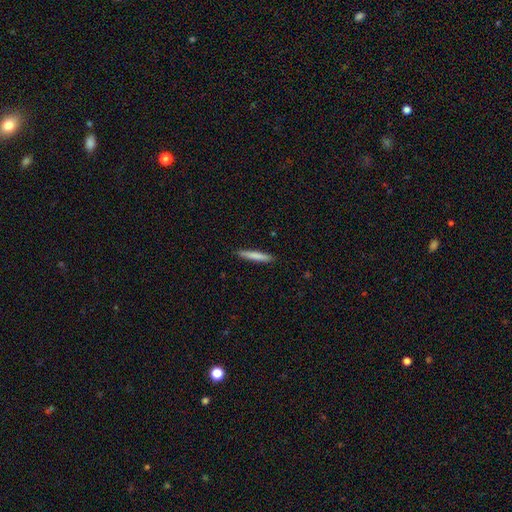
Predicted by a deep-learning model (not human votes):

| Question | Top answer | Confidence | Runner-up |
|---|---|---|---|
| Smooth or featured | smooth | 79% | featured or disk (15%) |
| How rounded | cigar-shaped | 94% | in between (5%) |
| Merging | none | 91% | minor disturbance (7%) |